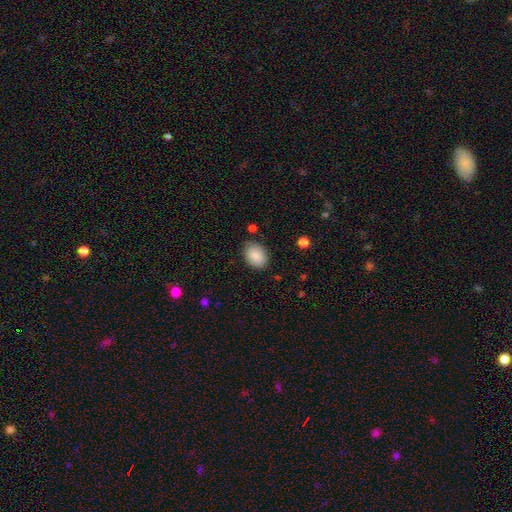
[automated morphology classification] This appears to be a smooth galaxy with no disk features (88%) that is in between round and cigar-shaped (75%). Merging: none (82%).